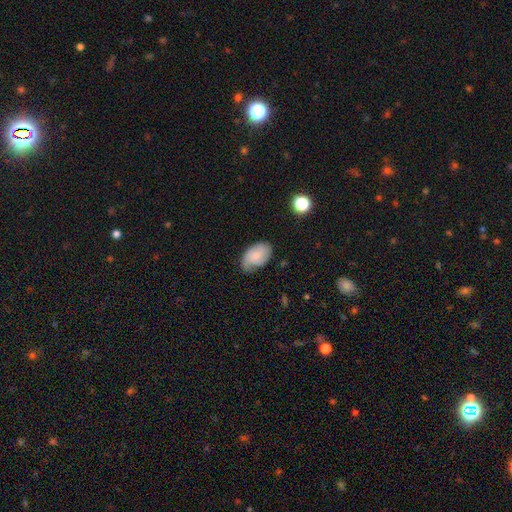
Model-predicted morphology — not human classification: A smooth galaxy with no disk features (64%) that is in between round and cigar-shaped (90%). Merging: none (58%).